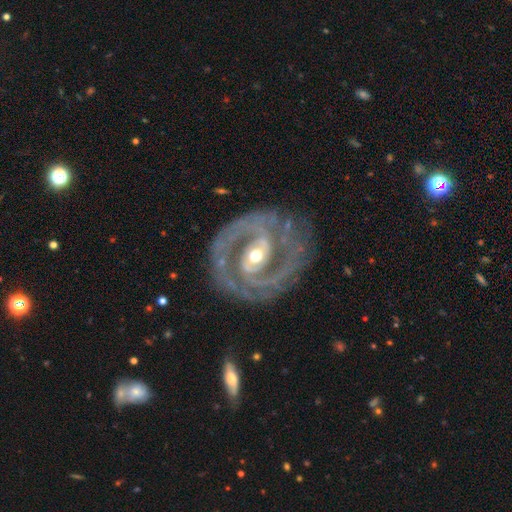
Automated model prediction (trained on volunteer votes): Smooth or featured?
  - featured or disk: 92% *
  - star or artifact: 4%
  - smooth: 4%
Edge-on disk?
  - no: 97% *
  - yes: 3%
Bar?
  - weak: 39% *
  - no: 33%
  - strong: 28%
Spiral arms?
  - yes: 97% *
  - no: 3%
Spiral winding?
  - tight: 49% *
  - medium: 42%
  - loose: 9%
Spiral arm count?
  - 2: 79% *
  - 3: 7%
  - can't tell: 6%
  - 4: 3%
  - 1: 3%
  - more than 4: 3%
Bulge size?
  - moderate: 65% *
  - small: 25%
  - large: 8%
  - dominant: 1%
  - none: 1%
Merging?
  - none: 78% *
  - minor disturbance: 14%
  - major disturbance: 7%
  - merger: 2%